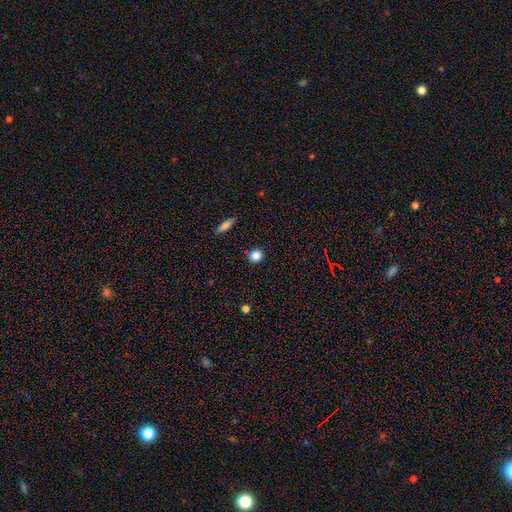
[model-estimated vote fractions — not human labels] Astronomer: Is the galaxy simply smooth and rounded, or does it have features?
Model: smooth — 84%.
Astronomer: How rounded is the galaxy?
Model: round — 90%.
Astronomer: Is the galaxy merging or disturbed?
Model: none — 91%.